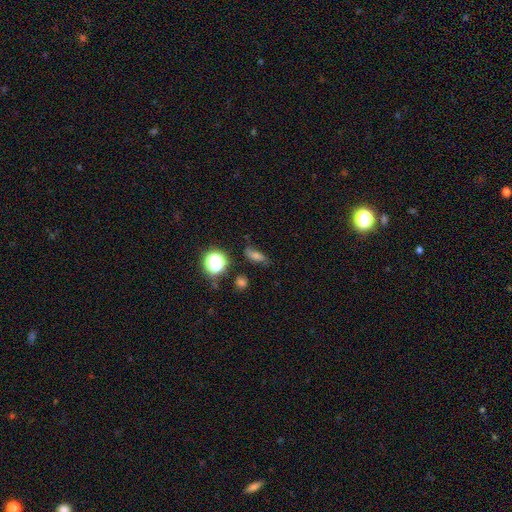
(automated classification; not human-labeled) The model was most divided on "smooth or featured": smooth: 44%, star or artifact: 28%, featured or disk: 27%. More confident: merging — none (69%).